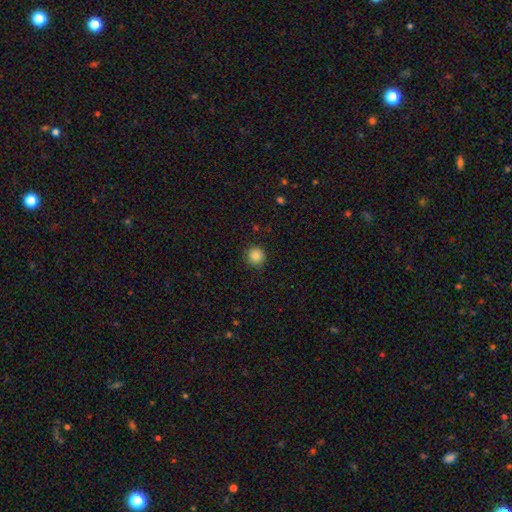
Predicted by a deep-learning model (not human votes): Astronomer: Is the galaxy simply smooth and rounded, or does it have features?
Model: smooth — 85%.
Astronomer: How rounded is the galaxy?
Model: round — 93%.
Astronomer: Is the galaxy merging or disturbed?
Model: none — 86%.